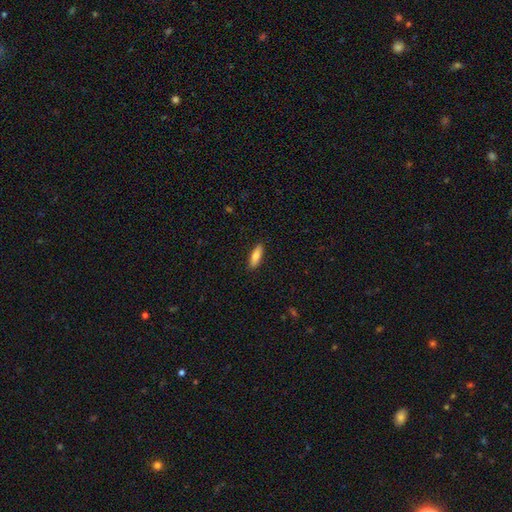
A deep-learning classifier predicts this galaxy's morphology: type=smooth (77%); roundness=in between (54%); merging=none (89%).